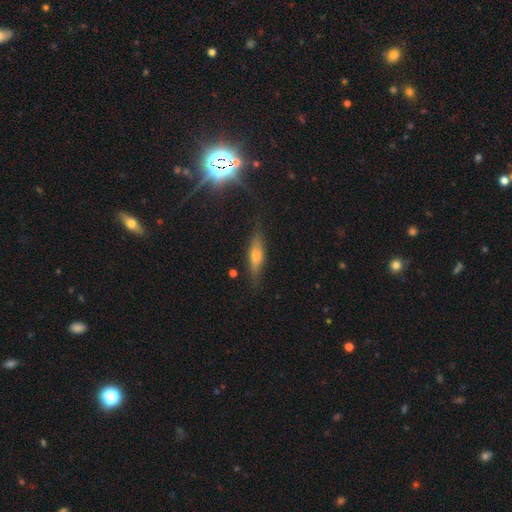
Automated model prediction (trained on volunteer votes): Smooth or featured? Predicted: featured or disk (p=0.45). Merging? Predicted: none (p=0.82).